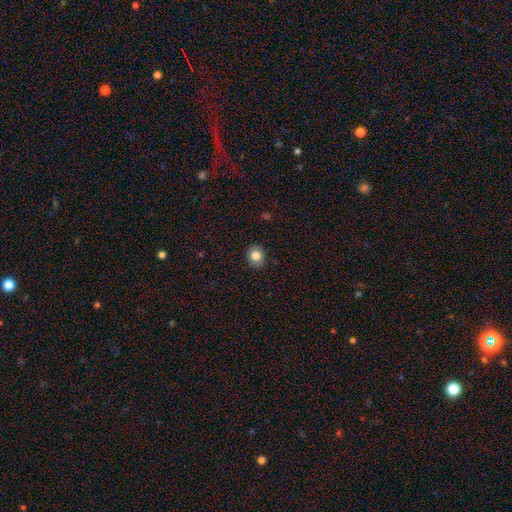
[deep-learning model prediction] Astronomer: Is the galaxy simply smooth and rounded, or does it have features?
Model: smooth — 83%.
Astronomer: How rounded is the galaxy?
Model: round — 79%.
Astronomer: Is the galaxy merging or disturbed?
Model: none — 89%.